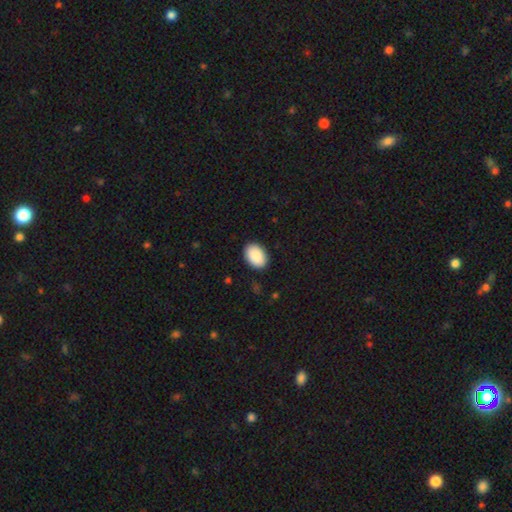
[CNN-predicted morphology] Smooth or featured? Predicted: smooth (p=0.91). How rounded? Predicted: in between (p=0.88). Merging? Predicted: none (p=0.90).